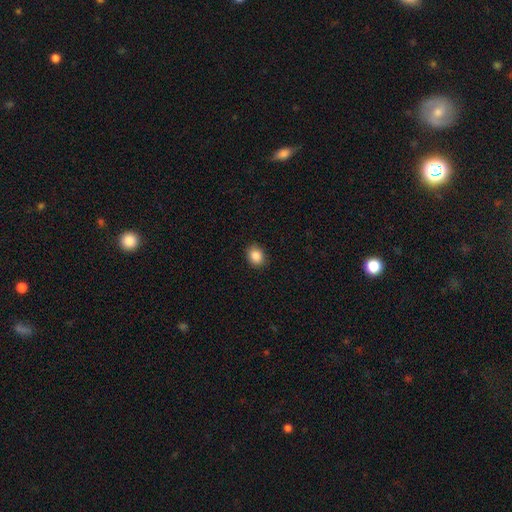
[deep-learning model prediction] Smooth or featured?
  - smooth: 87% *
  - star or artifact: 9%
  - featured or disk: 4%
How rounded?
  - round: 52% *
  - in between: 48%
  - cigar-shaped: 1%
Merging?
  - none: 89% *
  - minor disturbance: 8%
  - major disturbance: 2%
  - merger: 1%